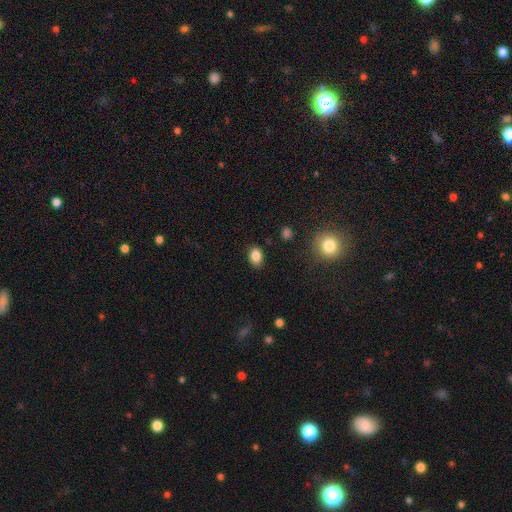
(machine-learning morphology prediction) smooth_or_featured: smooth (p=0.85) [alt: star or artifact p=0.10]
how_rounded: in between (p=0.80) [alt: round p=0.19]
merging: none (p=0.86) [alt: minor disturbance p=0.10]